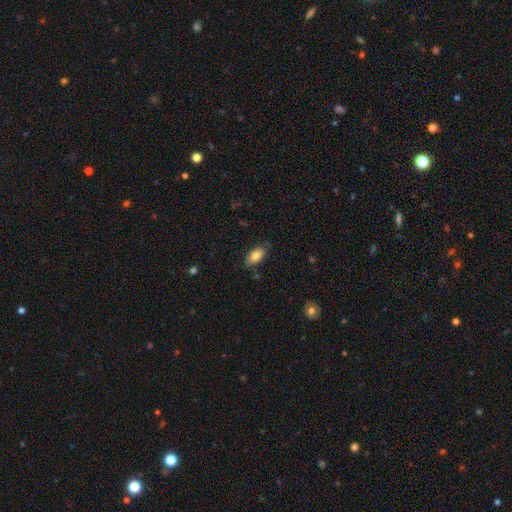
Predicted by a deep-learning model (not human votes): Overall: smooth (82%). How rounded: in between (91%). Merging: none (79%).